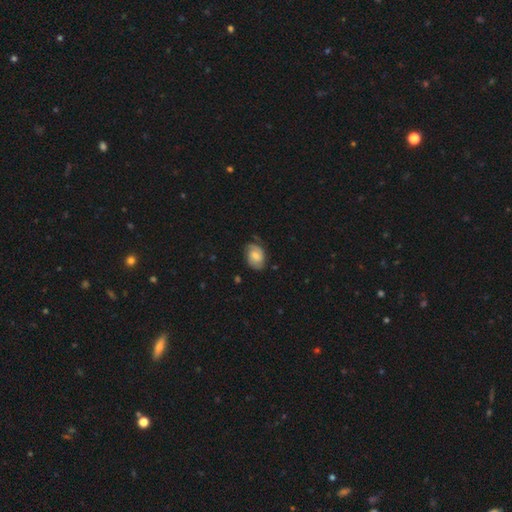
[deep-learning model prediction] This appears to be a featured or disk galaxy (52%) with no bar (58%), spiral arms (89%) and a moderate central bulge (46%). Merging: none (68%).